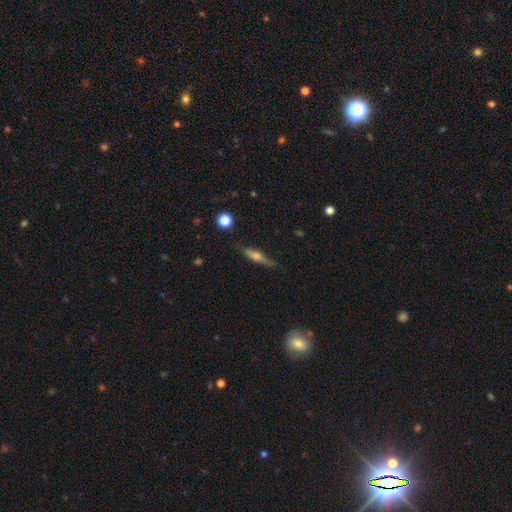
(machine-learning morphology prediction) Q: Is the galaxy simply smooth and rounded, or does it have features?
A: featured or disk — 57%.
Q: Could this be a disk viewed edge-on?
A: yes — 94%.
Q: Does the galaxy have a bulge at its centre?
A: rounded — 79%.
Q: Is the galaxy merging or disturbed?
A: none — 78%.